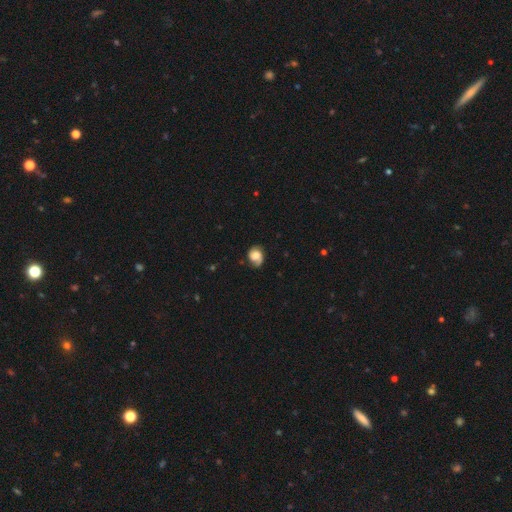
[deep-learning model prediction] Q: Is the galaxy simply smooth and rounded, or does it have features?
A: smooth — 46%.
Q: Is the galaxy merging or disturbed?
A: none — 60%.